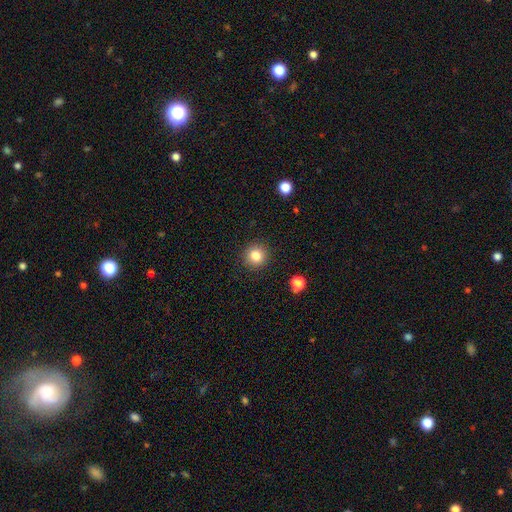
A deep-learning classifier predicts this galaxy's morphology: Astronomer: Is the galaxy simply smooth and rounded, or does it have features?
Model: smooth — 82%.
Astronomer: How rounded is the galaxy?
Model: round — 94%.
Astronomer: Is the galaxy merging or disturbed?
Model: none — 91%.